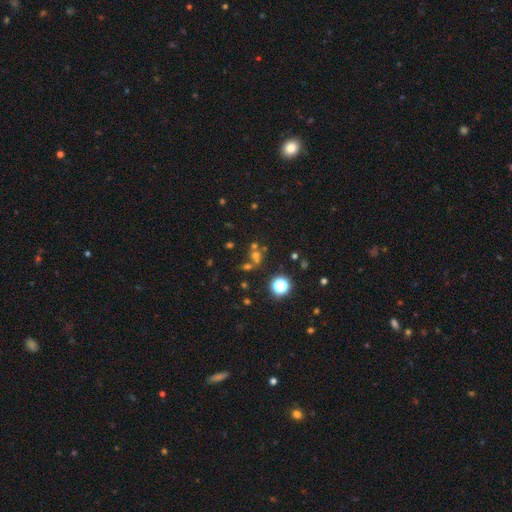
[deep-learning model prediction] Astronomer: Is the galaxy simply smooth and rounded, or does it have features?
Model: star or artifact — 47% (runner-up: smooth, 39%).